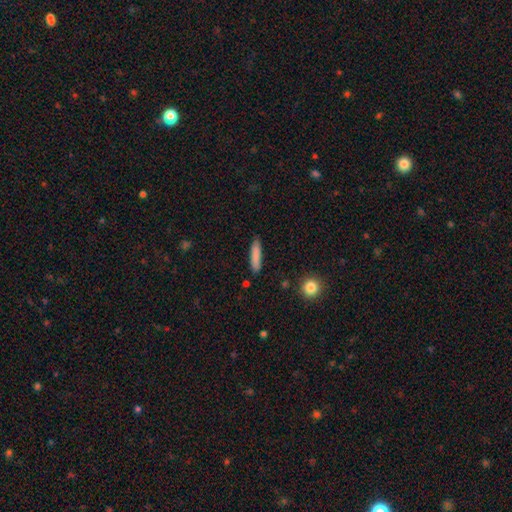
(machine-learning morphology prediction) smooth 85%, featured or disk 8%, star or artifact 7%. Down the decision tree: how rounded — cigar-shaped (83%); merging — none (87%).